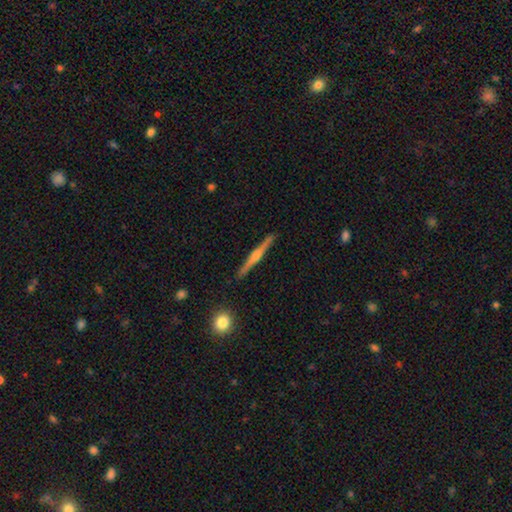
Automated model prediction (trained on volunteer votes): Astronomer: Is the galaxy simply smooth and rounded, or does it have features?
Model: featured or disk — 74%.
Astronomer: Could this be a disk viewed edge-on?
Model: yes — 98%.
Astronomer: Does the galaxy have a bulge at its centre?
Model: rounded — 80%.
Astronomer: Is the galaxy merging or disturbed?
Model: none — 90%.